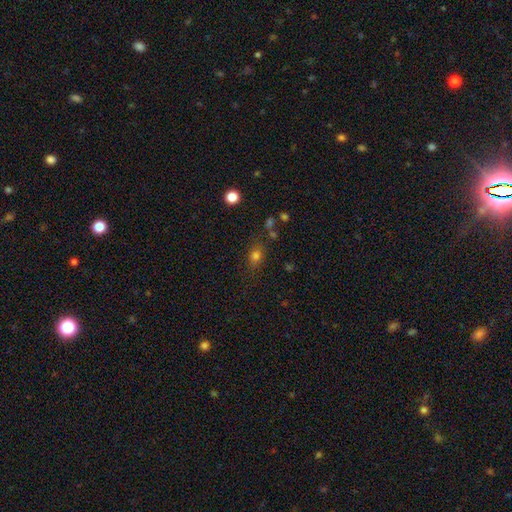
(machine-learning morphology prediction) Smooth or featured: smooth — 75% (star or artifact — 17%)
How rounded: round — 51% (in between — 47%)
Merging: none — 75% (minor disturbance — 15%)